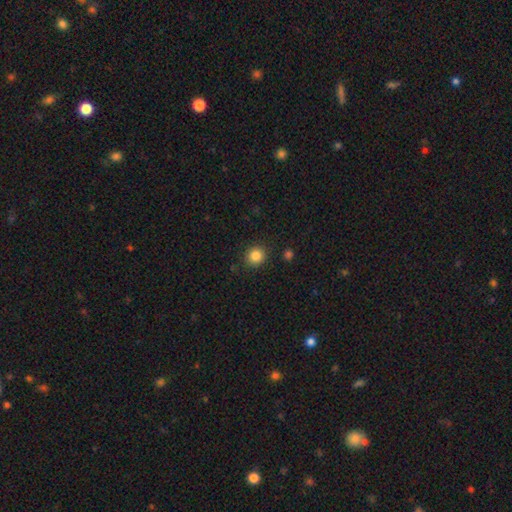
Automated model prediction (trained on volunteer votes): The model was most divided on "smooth or featured": smooth: 85%, star or artifact: 11%, featured or disk: 4%. More confident: merging — none (88%); how rounded — round (88%).